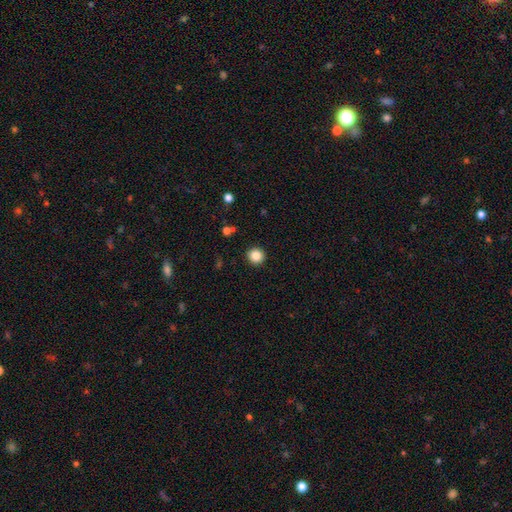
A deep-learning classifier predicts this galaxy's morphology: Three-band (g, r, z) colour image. It shows a smooth galaxy with no disk features (86%) that is round (93%). Merging: none (92%).